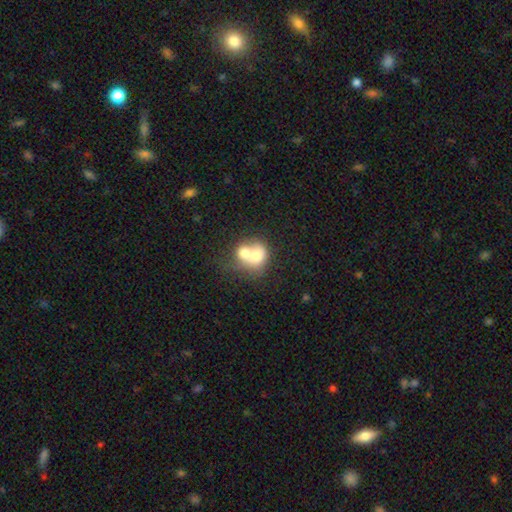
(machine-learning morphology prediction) This is likely a smooth galaxy (66%). How rounded: likely round (63%). Merging: likely merger (72%).